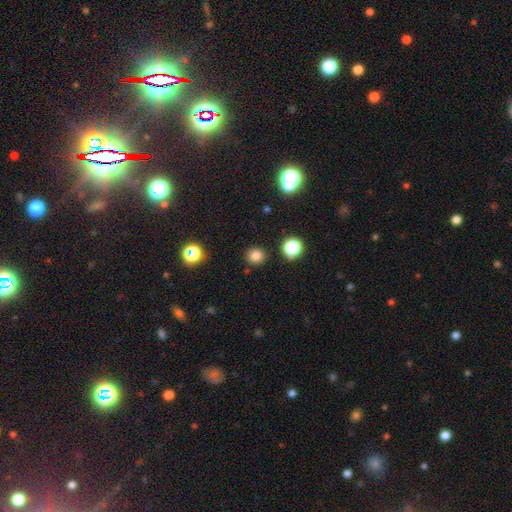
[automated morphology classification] A smooth galaxy with no disk features (79%) that is round (87%).

Vote fractions:
- Smooth or featured? smooth: 79% / star or artifact: 15% / featured or disk: 5%
- How rounded? round: 87% / in between: 12% / cigar-shaped: 1%
- Merging? none: 89% / minor disturbance: 6% / merger: 2% / major disturbance: 2%